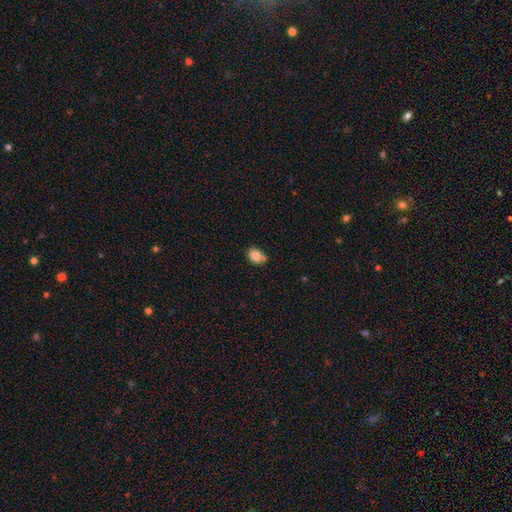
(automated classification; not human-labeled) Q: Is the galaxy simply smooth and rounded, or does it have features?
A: smooth — 84%.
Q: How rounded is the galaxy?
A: in between — 59%.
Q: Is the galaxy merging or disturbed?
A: none — 66%.